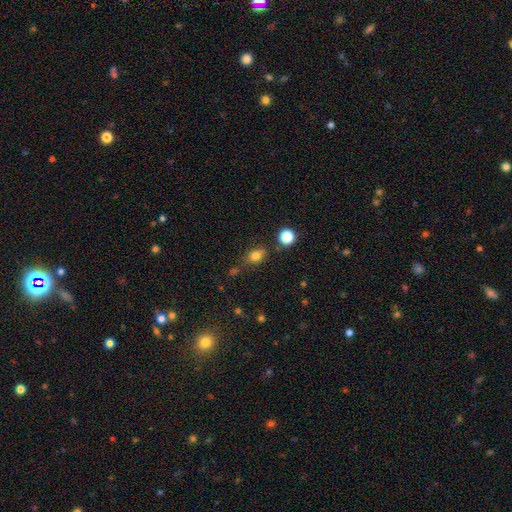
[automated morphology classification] A smooth galaxy with no disk features (80%) that is in between round and cigar-shaped (67%). Merging: none (70%).